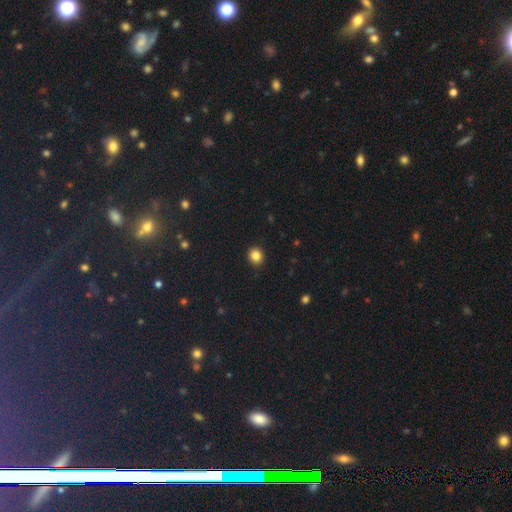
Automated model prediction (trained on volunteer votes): smooth 85%, star or artifact 11%, featured or disk 4%. Down the decision tree: how rounded — round (81%); merging — none (92%).